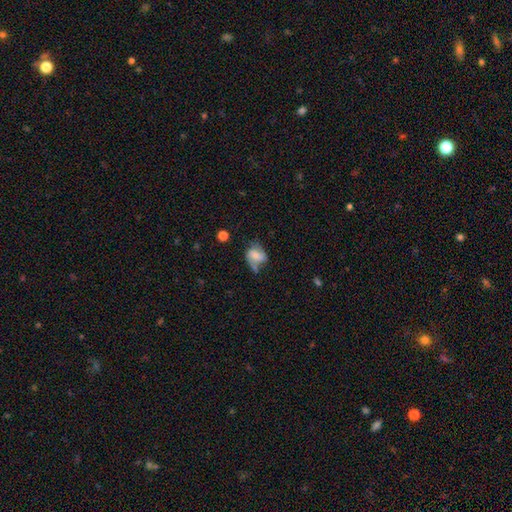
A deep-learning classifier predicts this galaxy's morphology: Smooth or featured? Predicted: smooth (p=0.47). Merging? Predicted: none (p=0.39).